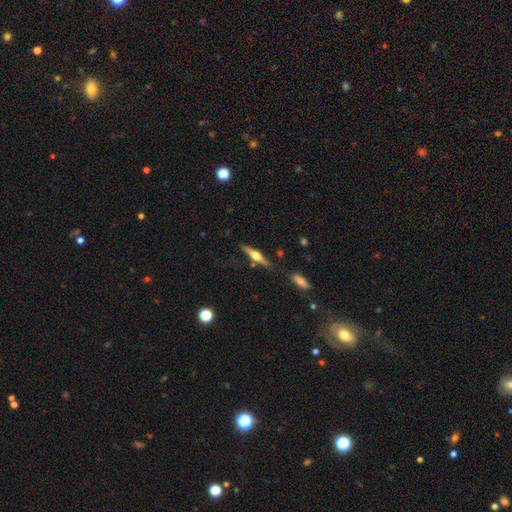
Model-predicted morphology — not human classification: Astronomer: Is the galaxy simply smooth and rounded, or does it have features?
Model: featured or disk — 67%.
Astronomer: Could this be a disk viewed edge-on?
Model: yes — 96%.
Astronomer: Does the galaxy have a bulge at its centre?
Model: rounded — 92%.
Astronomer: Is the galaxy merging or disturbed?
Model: none — 79%.